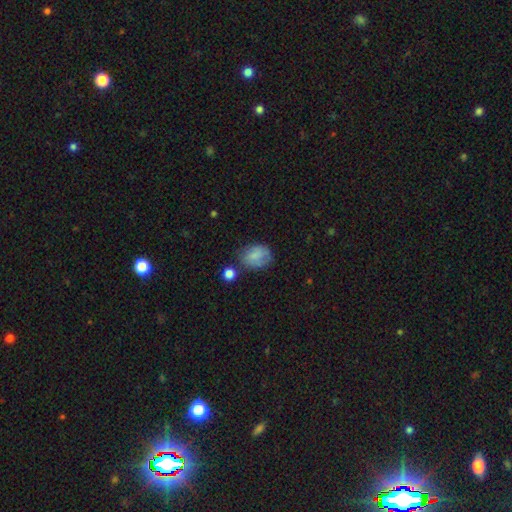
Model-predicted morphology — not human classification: This is likely a smooth galaxy (71%). How rounded: likely in between (65%). Merging: possibly none (56%).